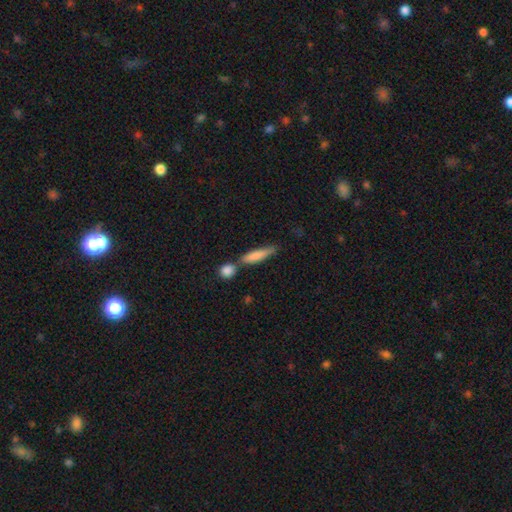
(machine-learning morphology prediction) Smooth or featured: smooth — 76% (featured or disk — 18%)
How rounded: cigar-shaped — 79% (in between — 18%)
Merging: none — 56% (merger — 25%)